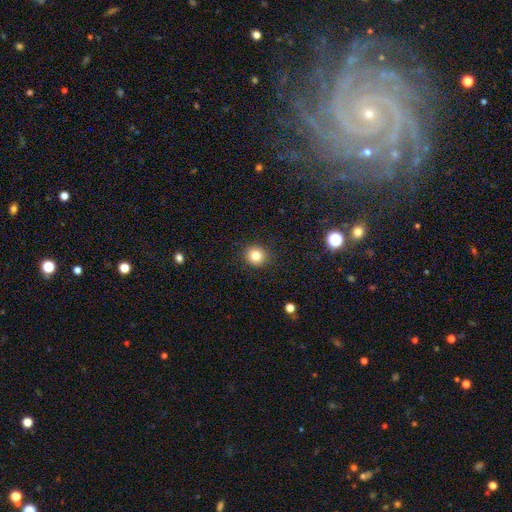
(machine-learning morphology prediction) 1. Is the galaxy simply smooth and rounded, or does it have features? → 82% smooth, 12% star or artifact, 6% featured or disk.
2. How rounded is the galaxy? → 90% round, 9% in between, 1% cigar-shaped.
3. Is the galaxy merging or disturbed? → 91% none, 6% minor disturbance, 2% major disturbance, 1% merger.